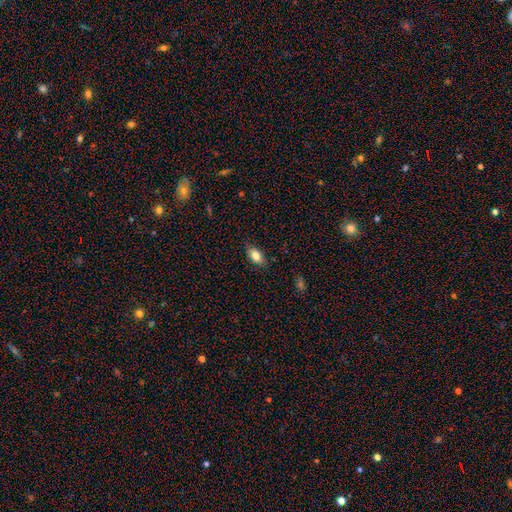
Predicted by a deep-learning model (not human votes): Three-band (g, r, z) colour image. It shows a smooth galaxy with no disk features (80%) that is in between round and cigar-shaped (87%). Merging: none (83%).